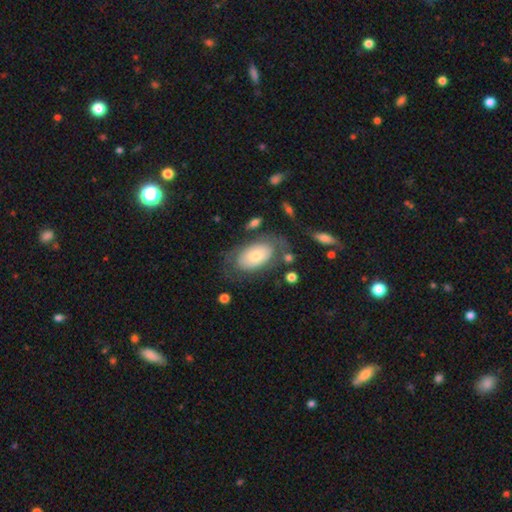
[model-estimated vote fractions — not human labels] Smooth or featured? Predicted: smooth (p=0.58). How rounded? Predicted: in between (p=0.92). Merging? Predicted: none (p=0.62).